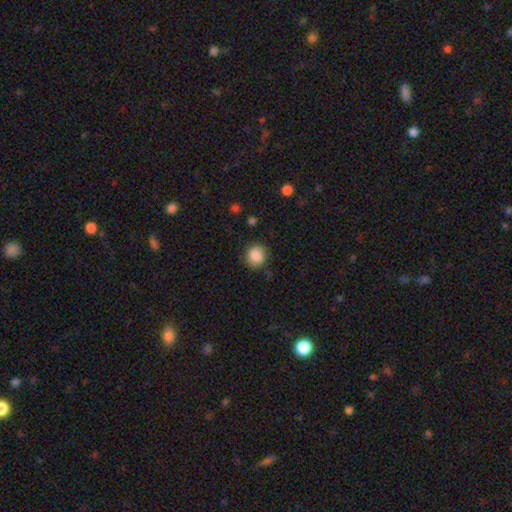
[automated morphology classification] smooth_or_featured: smooth (p=0.87) [alt: star or artifact p=0.09]
how_rounded: round (p=0.85) [alt: in between p=0.14]
merging: none (p=0.84) [alt: minor disturbance p=0.12]